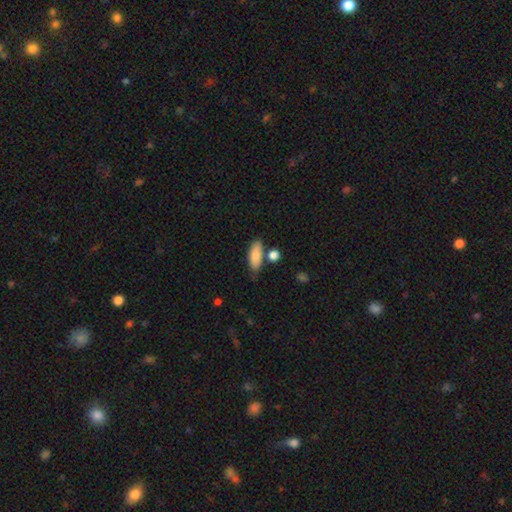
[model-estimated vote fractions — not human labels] Overall: smooth (84%). How rounded: in between (76%). Merging: none (68%).